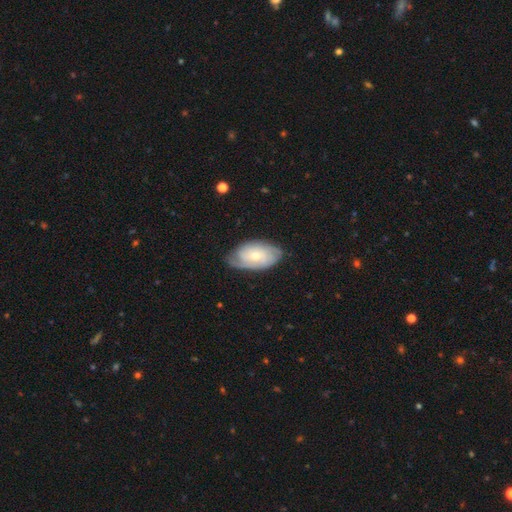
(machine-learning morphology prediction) featured or disk 64%, smooth 31%, star or artifact 6%. Down the decision tree: edge-on disk — no (94%); bar — no (72%); spiral arms — yes (88%); spiral arm count — can't tell (43%); spiral winding — tight (62%); bulge size — small (48%); merging — none (70%).